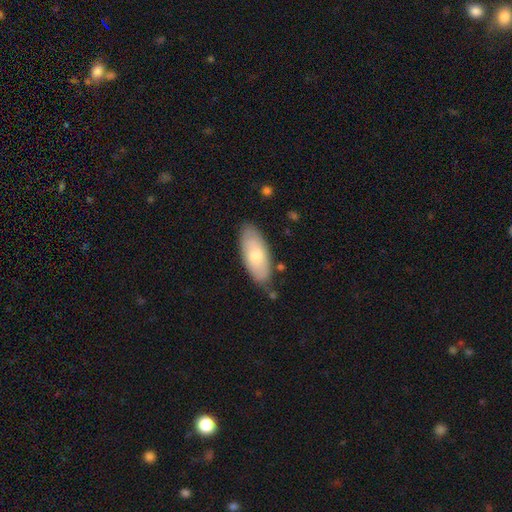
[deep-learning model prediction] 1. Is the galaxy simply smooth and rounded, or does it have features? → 67% smooth, 27% featured or disk, 6% star or artifact.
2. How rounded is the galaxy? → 86% in between, 12% cigar-shaped, 2% round.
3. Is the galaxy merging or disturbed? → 78% none, 16% minor disturbance, 3% merger, 3% major disturbance.